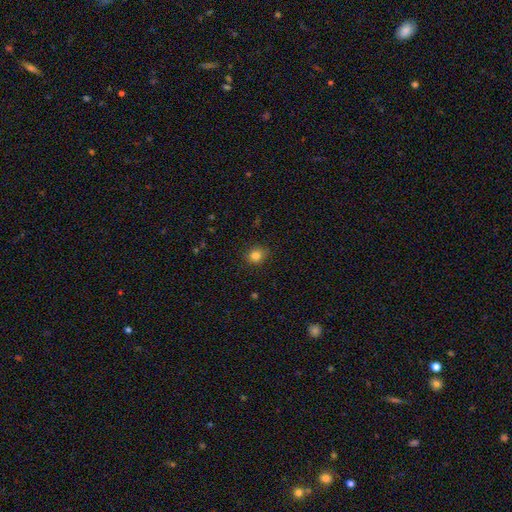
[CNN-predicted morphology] This appears to be a smooth galaxy with no disk features (82%) that is round (78%). Merging: none (87%).